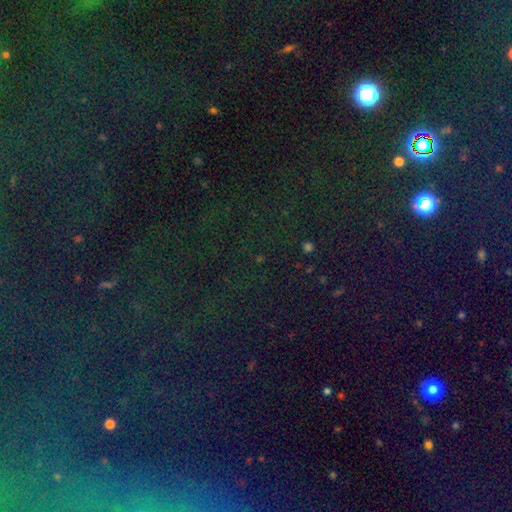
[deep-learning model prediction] A star or artifact, not a galaxy (82%).

Vote fractions:
- Smooth or featured? star or artifact: 82% / smooth: 11% / featured or disk: 7%